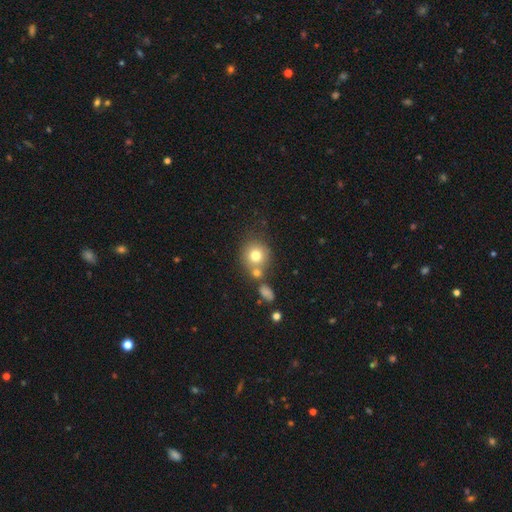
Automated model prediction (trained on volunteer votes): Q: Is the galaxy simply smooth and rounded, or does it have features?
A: smooth — 75%.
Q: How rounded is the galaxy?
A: round — 86%.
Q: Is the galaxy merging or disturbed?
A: none — 58%.